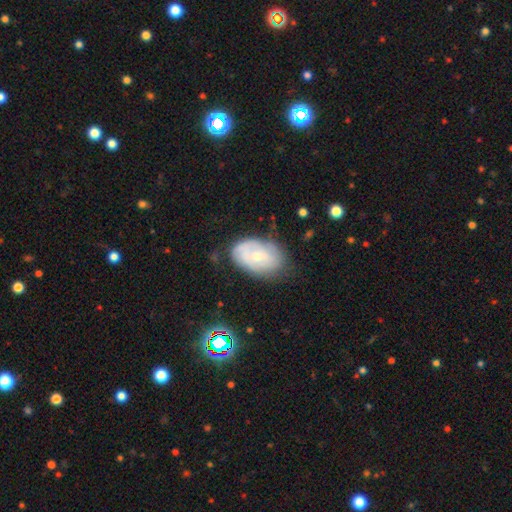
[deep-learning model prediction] A featured or disk galaxy (55%) with no bar (66%), spiral arms (61%) and a small central bulge (56%).

Vote fractions:
- Smooth or featured? featured or disk: 55% / smooth: 37% / star or artifact: 8%
- Edge-on disk? no: 94% / yes: 6%
- Bar? no: 66% / weak: 27% / strong: 6%
- Spiral arms? yes: 61% / no: 39%
- Bulge size? small: 56% / moderate: 40% / large: 1% / none: 1% / dominant: 1%
- Merging? none: 64% / minor disturbance: 27% / major disturbance: 8% / merger: 2%